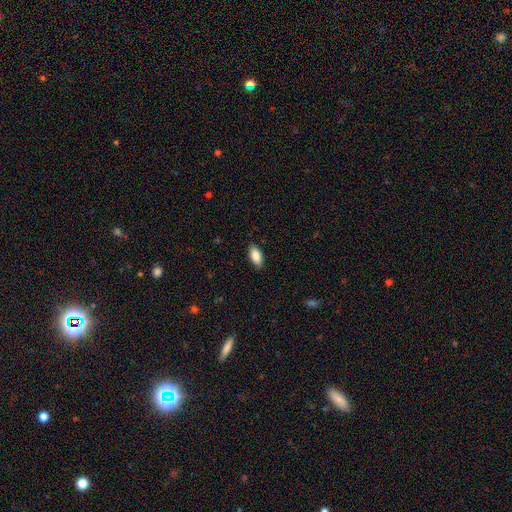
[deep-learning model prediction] This is clearly a smooth galaxy (86%). How rounded: clearly in between (91%). Merging: clearly none (88%).